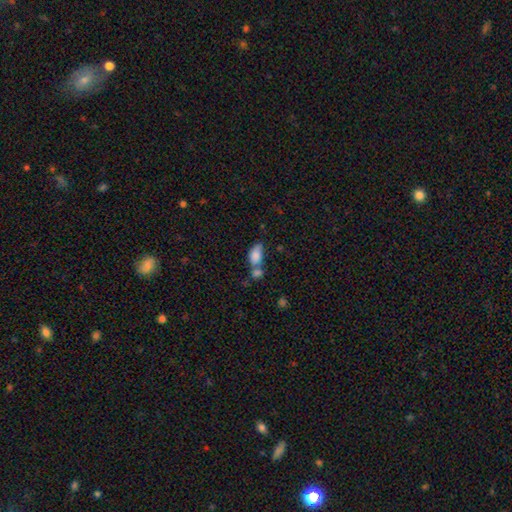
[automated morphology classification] smooth_or_featured: smooth (p=0.82) [alt: featured or disk p=0.10]
how_rounded: in between (p=0.90) [alt: round p=0.06]
merging: merger (p=0.51) [alt: none p=0.30]